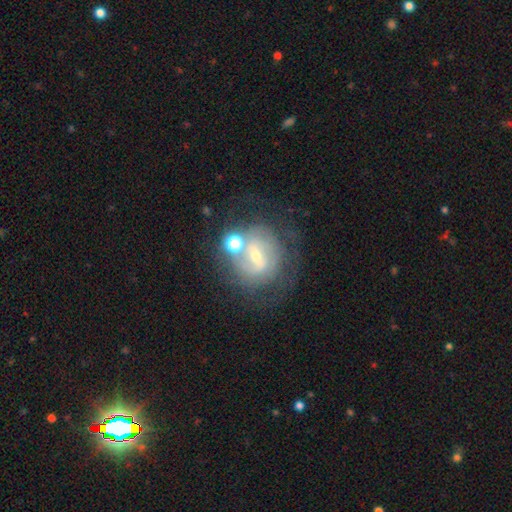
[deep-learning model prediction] Q: Smooth or featured?
A: featured or disk (75%); runner-up: smooth (16%)
Q: Edge-on disk?
A: no (96%); runner-up: yes (4%)
Q: Bar?
A: weak (44%); runner-up: strong (40%)
Q: Spiral arms?
A: yes (80%); runner-up: no (20%)
Q: Spiral winding?
A: medium (41%); runner-up: tight (39%)
Q: Spiral arm count?
A: 2 (58%); runner-up: can't tell (25%)
Q: Bulge size?
A: small (62%); runner-up: moderate (32%)
Q: Merging?
A: none (55%); runner-up: minor disturbance (17%)